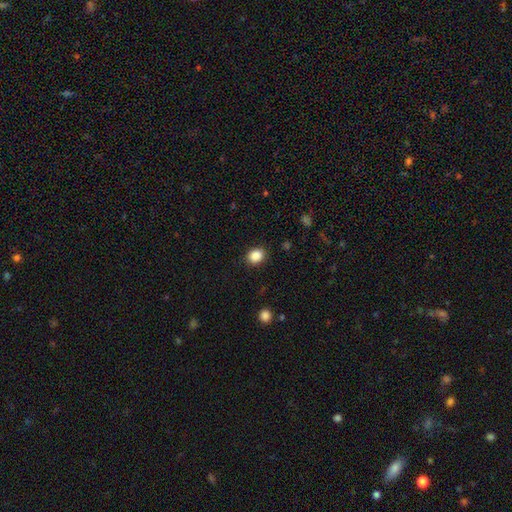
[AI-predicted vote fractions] smooth 88%, star or artifact 9%, featured or disk 3%. Down the decision tree: how rounded — round (55%); merging — none (87%).